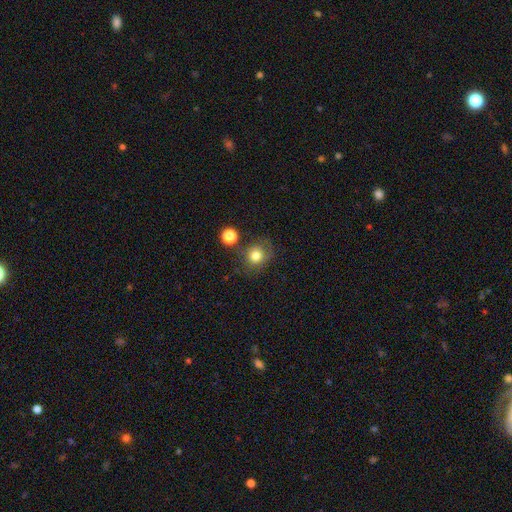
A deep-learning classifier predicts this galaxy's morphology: This is likely a smooth galaxy (79%). How rounded: likely round (78%). Merging: likely none (67%).